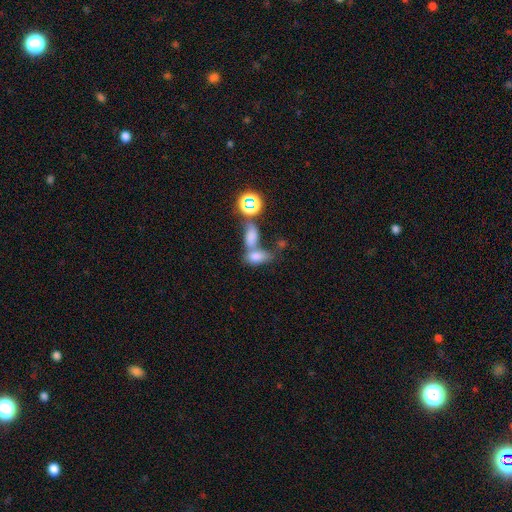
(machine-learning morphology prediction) Smooth or featured?
  - smooth: 69% *
  - star or artifact: 17%
  - featured or disk: 14%
How rounded?
  - in between: 84% *
  - round: 10%
  - cigar-shaped: 6%
Merging?
  - merger: 54% *
  - none: 28%
  - minor disturbance: 10%
  - major disturbance: 8%